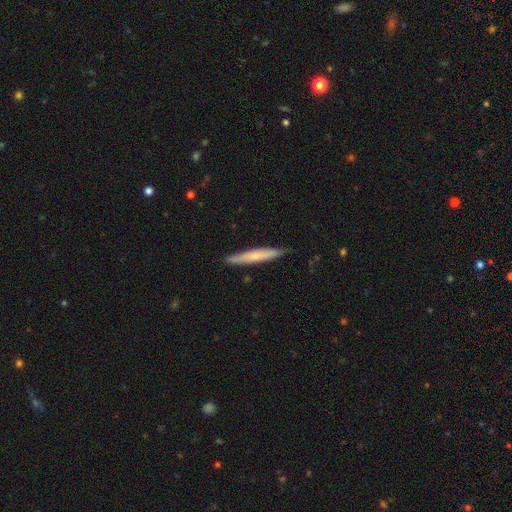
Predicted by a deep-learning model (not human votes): A smooth galaxy with no disk features (56%) that is cigar-shaped (94%). Merging: none (86%).